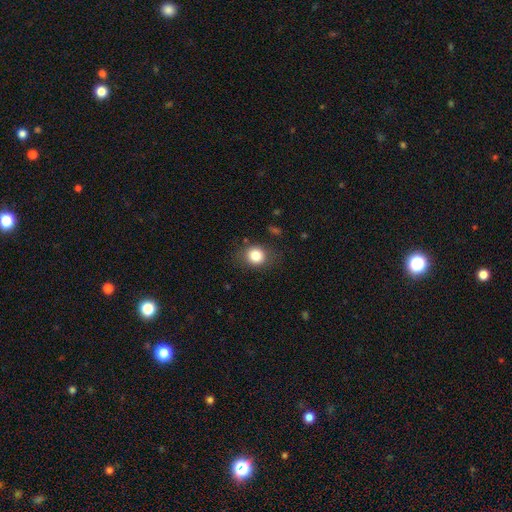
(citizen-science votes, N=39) A smooth galaxy with no disk features (72%) that is round (82%). Merging: none (77%).